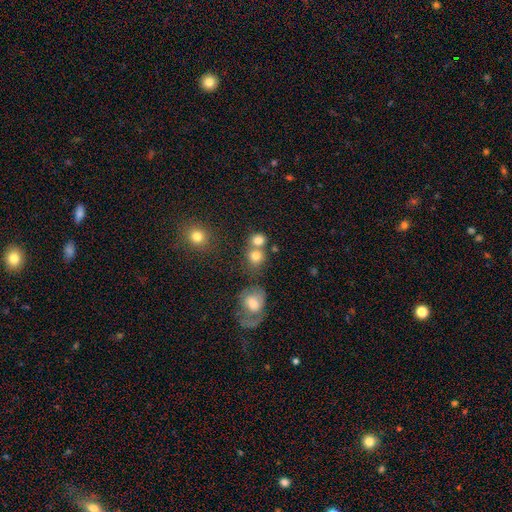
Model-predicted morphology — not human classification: Q: Smooth or featured?
A: smooth (79%); runner-up: star or artifact (12%)
Q: How rounded?
A: round (80%); runner-up: in between (19%)
Q: Merging?
A: none (49%); runner-up: merger (38%)